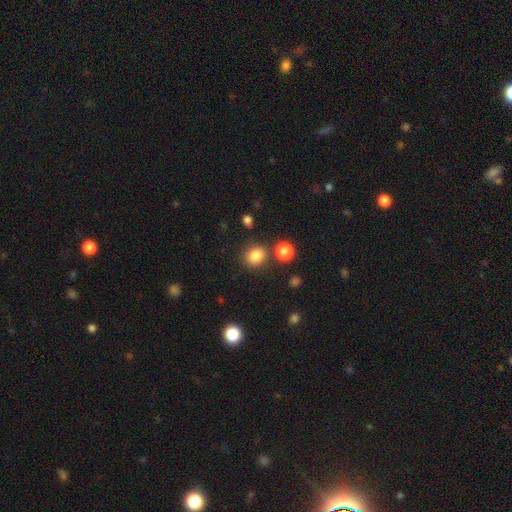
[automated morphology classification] A smooth galaxy with no disk features (83%) that is round (72%).

Vote fractions:
- Smooth or featured? smooth: 83% / star or artifact: 12% / featured or disk: 5%
- How rounded? round: 72% / in between: 27% / cigar-shaped: 1%
- Merging? none: 78% / minor disturbance: 10% / merger: 8% / major disturbance: 4%